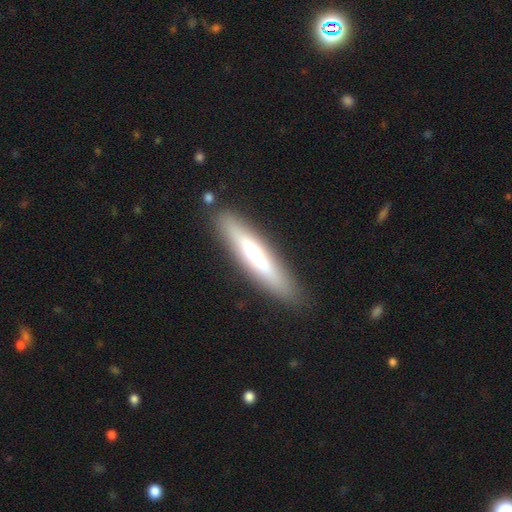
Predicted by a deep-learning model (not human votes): Morphology: type=smooth (54%); roundness=cigar-shaped (87%); merging=none (87%).